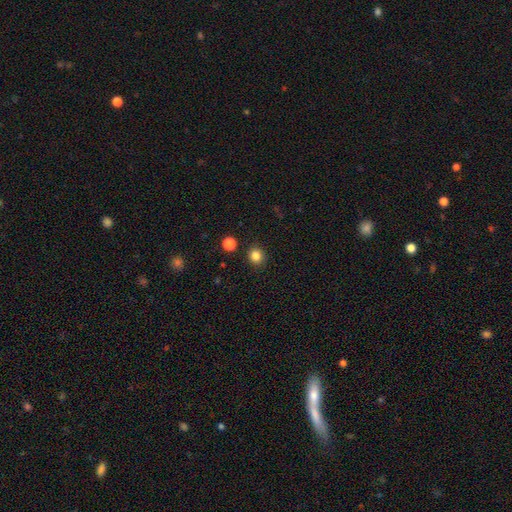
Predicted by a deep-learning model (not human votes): Smooth or featured?
  - smooth: 83% *
  - star or artifact: 12%
  - featured or disk: 4%
How rounded?
  - round: 87% *
  - in between: 12%
  - cigar-shaped: 1%
Merging?
  - none: 90% *
  - minor disturbance: 6%
  - merger: 2%
  - major disturbance: 2%